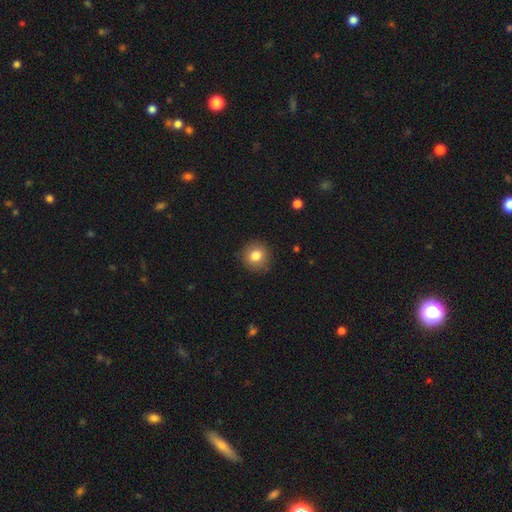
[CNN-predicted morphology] The model was most divided on "smooth or featured": smooth: 81%, star or artifact: 10%, featured or disk: 9%. More confident: how rounded — round (89%); merging — none (88%).